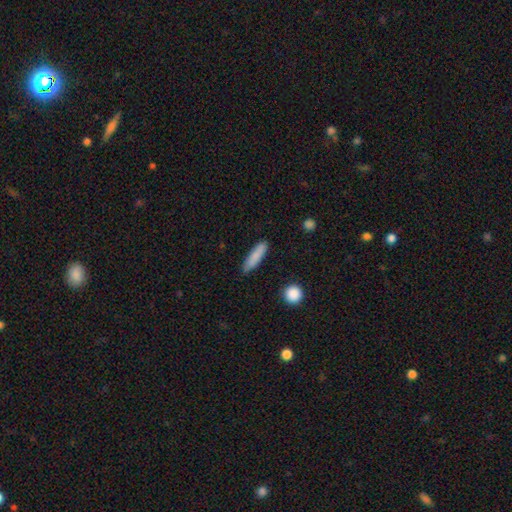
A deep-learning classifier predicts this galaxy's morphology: A smooth galaxy with no disk features (83%) that is cigar-shaped (74%).

Vote fractions:
- Smooth or featured? smooth: 83% / featured or disk: 10% / star or artifact: 7%
- How rounded? cigar-shaped: 74% / in between: 24% / round: 2%
- Merging? none: 81% / minor disturbance: 15% / major disturbance: 3% / merger: 2%